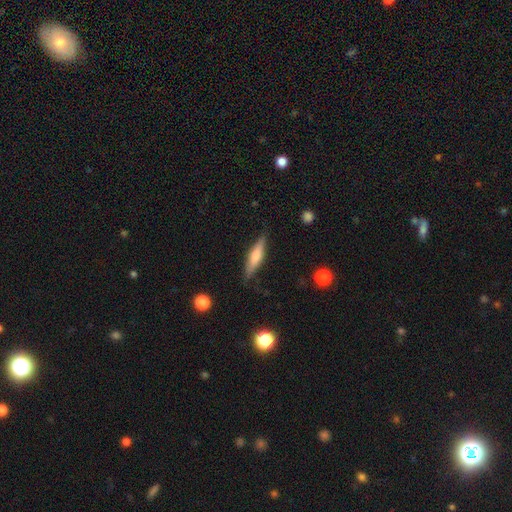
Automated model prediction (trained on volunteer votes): smooth 54%, featured or disk 40%, star or artifact 6%. Down the decision tree: how rounded — cigar-shaped (74%); merging — none (84%).